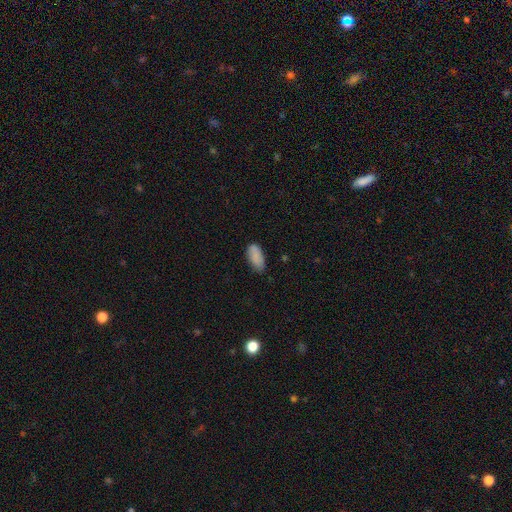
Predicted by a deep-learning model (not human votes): smooth_or_featured: smooth (p=0.85) [alt: featured or disk p=0.07]
how_rounded: in between (p=0.92) [alt: cigar-shaped p=0.06]
merging: none (p=0.70) [alt: minor disturbance p=0.24]